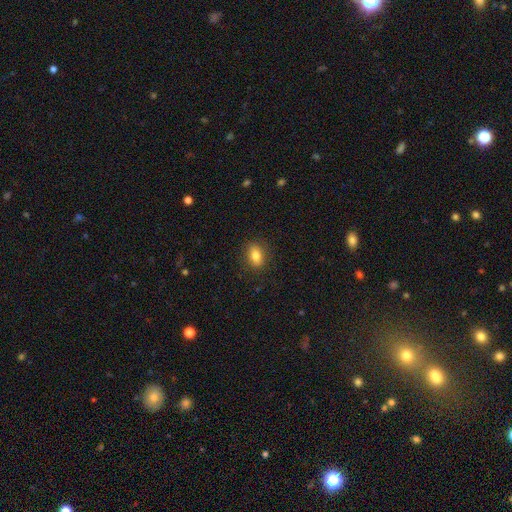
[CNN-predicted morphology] smooth-or-featured: smooth: 82% | featured or disk: 9% | star or artifact: 9%
  how-rounded: in between: 78% | round: 19% | cigar-shaped: 3%
  merging: none: 87% | minor disturbance: 10% | major disturbance: 3% | merger: 1%